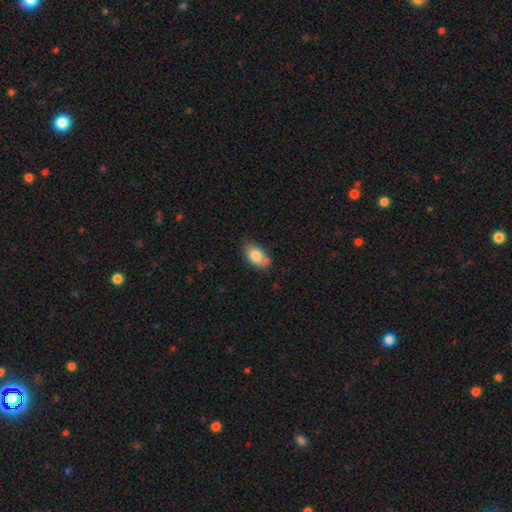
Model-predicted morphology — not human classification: smooth_or_featured: smooth (p=0.83) [alt: featured or disk p=0.10]
how_rounded: in between (p=0.91) [alt: round p=0.07]
merging: none (p=0.68) [alt: minor disturbance p=0.24]